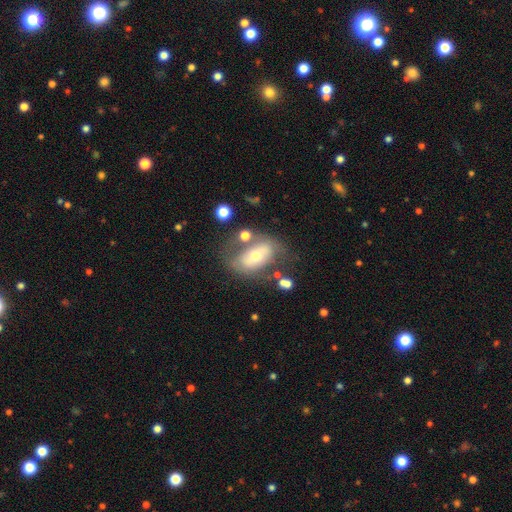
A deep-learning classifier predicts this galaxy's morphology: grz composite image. It shows a featured or disk galaxy (53%). Merging: none (54%).